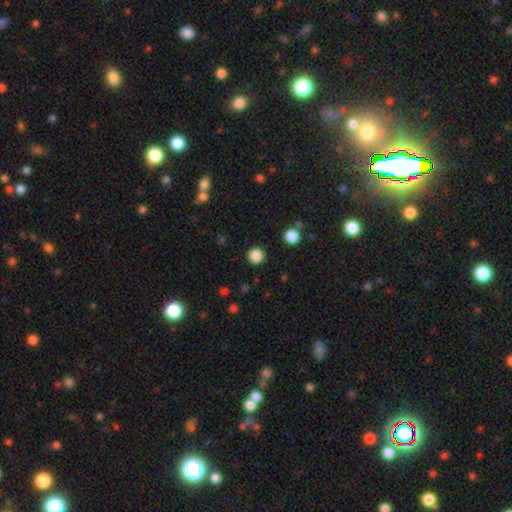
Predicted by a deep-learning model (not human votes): smooth 86%, star or artifact 12%, featured or disk 3%. Down the decision tree: how rounded — round (96%); merging — none (92%).